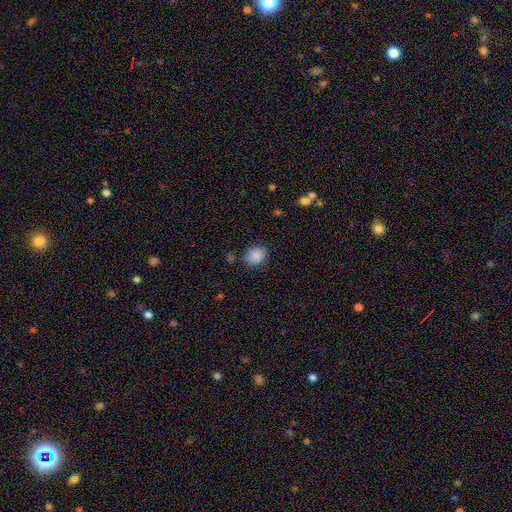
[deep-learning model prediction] Morphology: type=smooth (87%); roundness=round (54%); merging=none (83%).